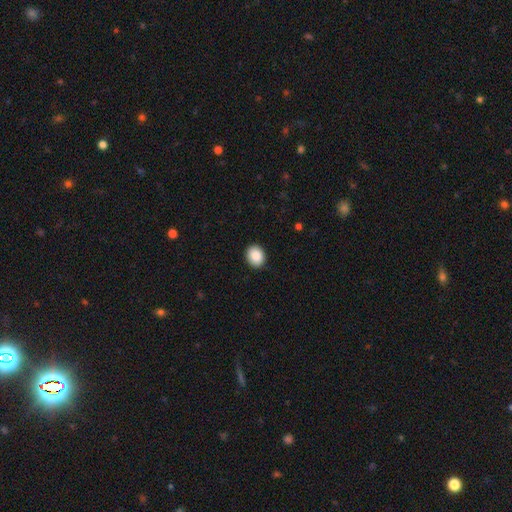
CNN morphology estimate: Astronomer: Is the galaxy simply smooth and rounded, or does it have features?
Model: smooth — 89%.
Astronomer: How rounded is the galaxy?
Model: round — 56% (runner-up: in between, 43%).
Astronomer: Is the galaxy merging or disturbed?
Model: none — 90%.